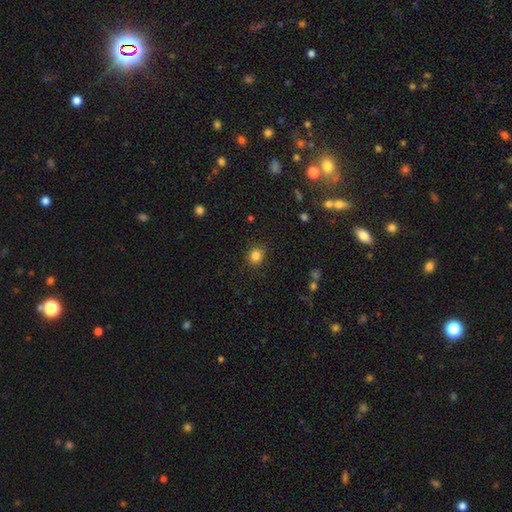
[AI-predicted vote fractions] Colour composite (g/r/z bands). It shows a smooth galaxy with no disk features (84%) that is round (79%). Merging: none (88%).